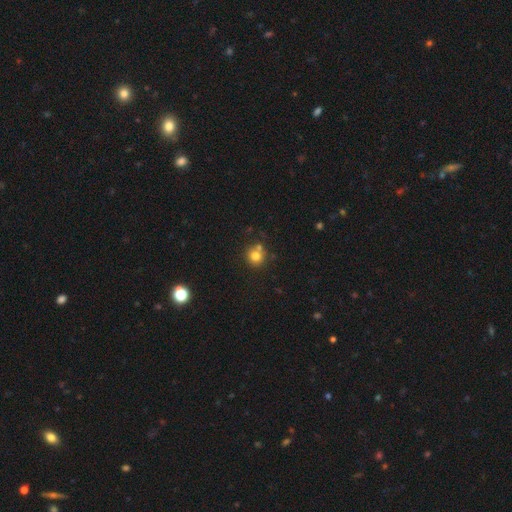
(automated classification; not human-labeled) smooth-or-featured: smooth: 76% | star or artifact: 14% | featured or disk: 10%
  how-rounded: round: 91% | in between: 8% | cigar-shaped: 1%
  merging: none: 65% | merger: 22% | minor disturbance: 9% | major disturbance: 3%